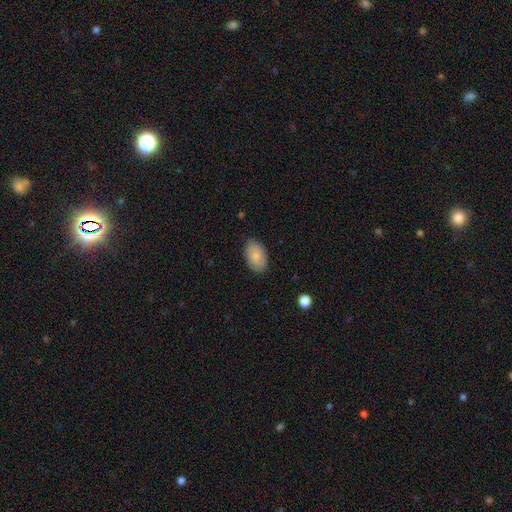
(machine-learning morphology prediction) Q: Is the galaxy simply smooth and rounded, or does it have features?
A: smooth — 85%.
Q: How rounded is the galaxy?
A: in between — 92%.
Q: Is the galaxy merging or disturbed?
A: none — 85%.